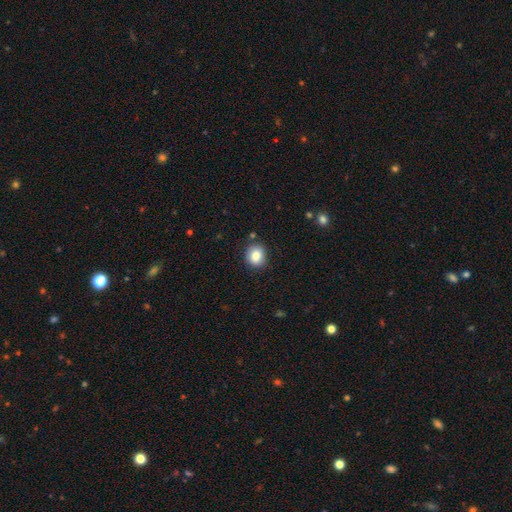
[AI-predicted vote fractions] Q: Smooth or featured?
A: smooth (85%); runner-up: star or artifact (9%)
Q: How rounded?
A: round (75%); runner-up: in between (24%)
Q: Merging?
A: none (83%); runner-up: minor disturbance (12%)